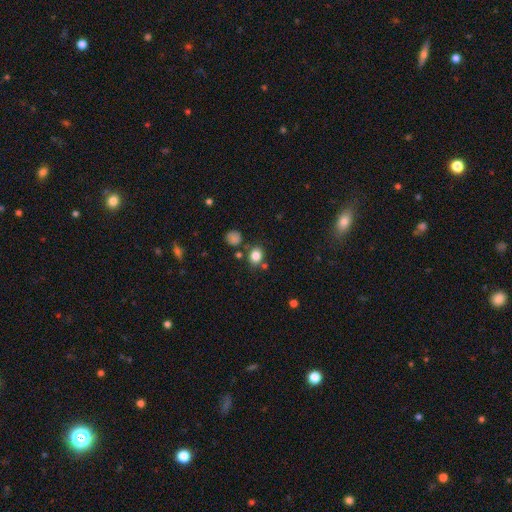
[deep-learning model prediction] This appears to be a smooth galaxy with no disk features (82%) that is round (59%). Merging: none (75%).